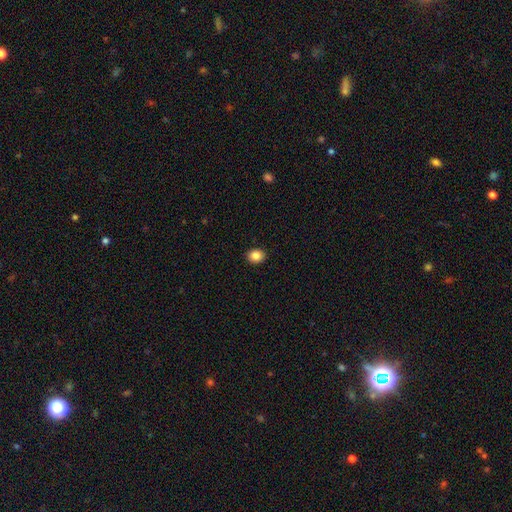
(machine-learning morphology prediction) smooth-or-featured: smooth: 86% | star or artifact: 9% | featured or disk: 5%
  how-rounded: round: 59% | in between: 40% | cigar-shaped: 1%
  merging: none: 91% | minor disturbance: 6% | major disturbance: 2% | merger: 1%